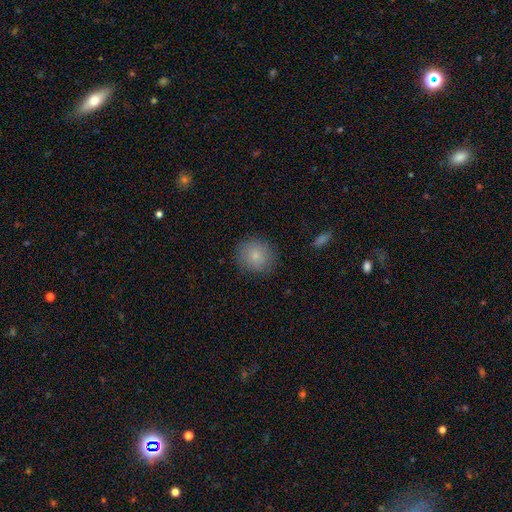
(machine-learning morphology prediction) Smooth or featured? Predicted: smooth (p=0.83). How rounded? Predicted: round (p=0.88). Merging? Predicted: none (p=0.85).